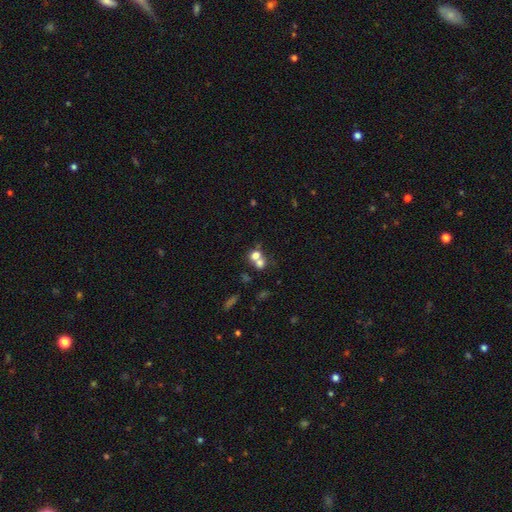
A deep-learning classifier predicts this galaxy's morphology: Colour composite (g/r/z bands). It shows a smooth galaxy with no disk features (68%) that is round (71%). Merging: merger (60%).